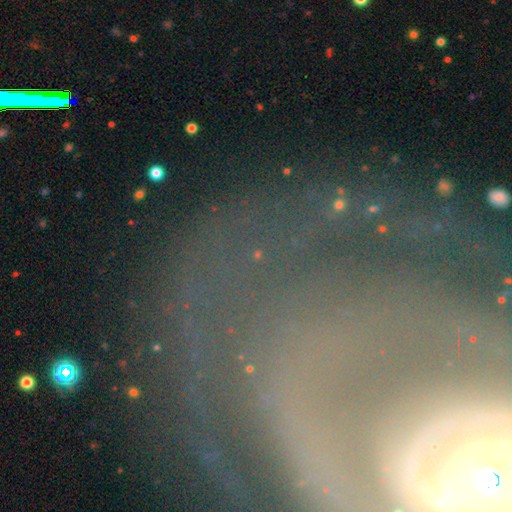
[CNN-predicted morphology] featured or disk 63%, star or artifact 23%, smooth 15%. Down the decision tree: edge-on disk — no (86%); bar — strong (38%); spiral arms — yes (73%); bulge size — moderate (43%); merging — none (71%).